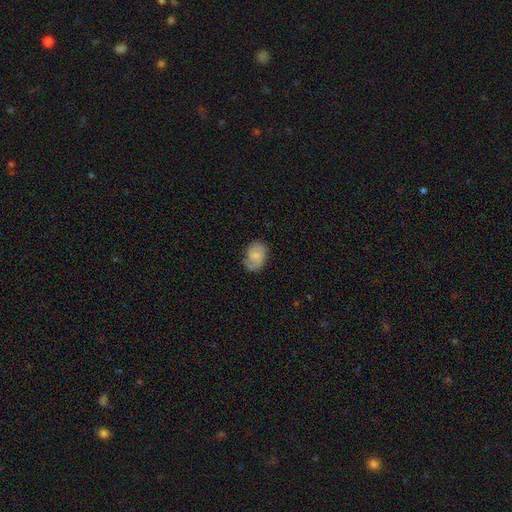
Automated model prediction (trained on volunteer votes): A smooth galaxy with no disk features (49%). Merging: none (67%).